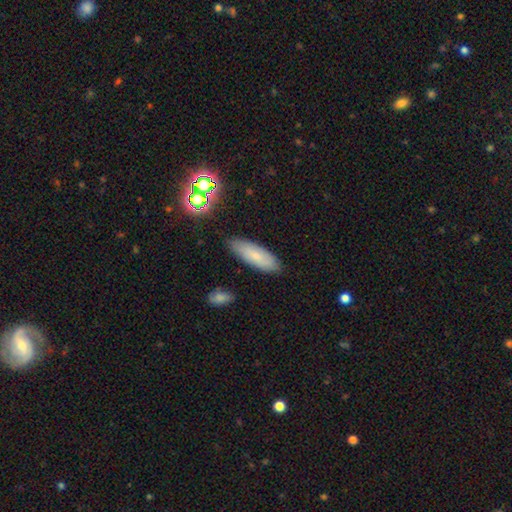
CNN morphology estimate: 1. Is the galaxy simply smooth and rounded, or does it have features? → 78% smooth, 13% featured or disk, 9% star or artifact.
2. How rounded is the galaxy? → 60% in between, 38% cigar-shaped, 2% round.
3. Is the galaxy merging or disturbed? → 84% none, 11% minor disturbance, 2% major disturbance, 2% merger.